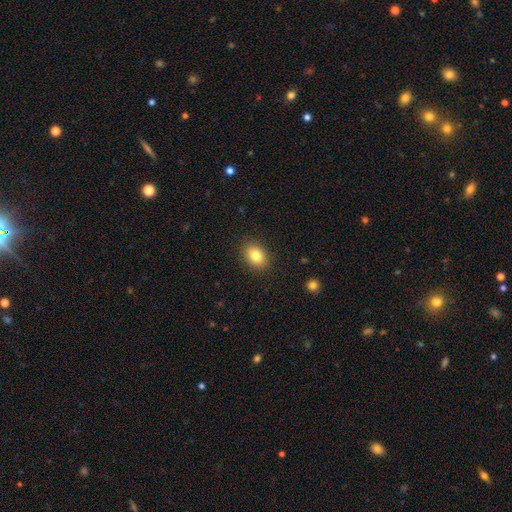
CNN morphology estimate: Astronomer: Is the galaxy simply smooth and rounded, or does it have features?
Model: smooth — 83%.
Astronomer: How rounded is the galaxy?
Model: in between — 66%.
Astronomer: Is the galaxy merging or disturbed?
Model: none — 89%.